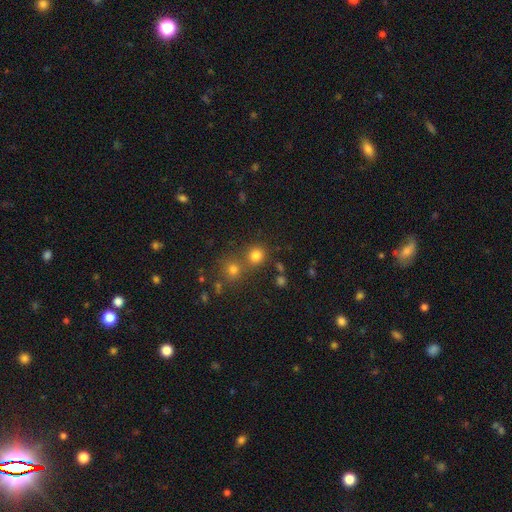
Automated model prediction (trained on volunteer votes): smooth_or_featured: smooth (p=0.78) [alt: star or artifact p=0.16]
how_rounded: round (p=0.86) [alt: in between p=0.13]
merging: none (p=0.64) [alt: merger p=0.26]